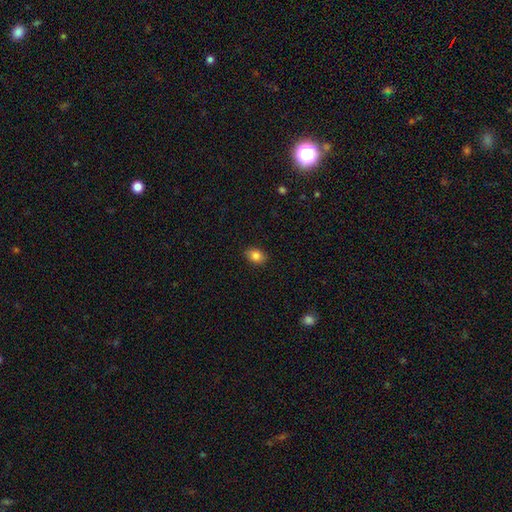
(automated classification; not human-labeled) smooth_or_featured: smooth (p=0.84) [alt: star or artifact p=0.09]
how_rounded: in between (p=0.67) [alt: round p=0.32]
merging: none (p=0.88) [alt: minor disturbance p=0.09]